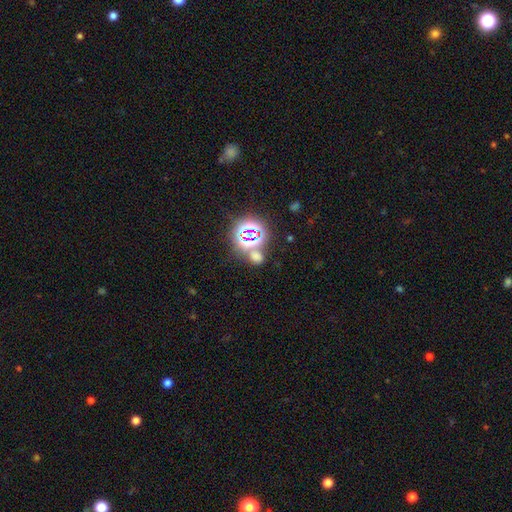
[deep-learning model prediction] Smooth or featured: star or artifact — 49% (smooth — 43%)